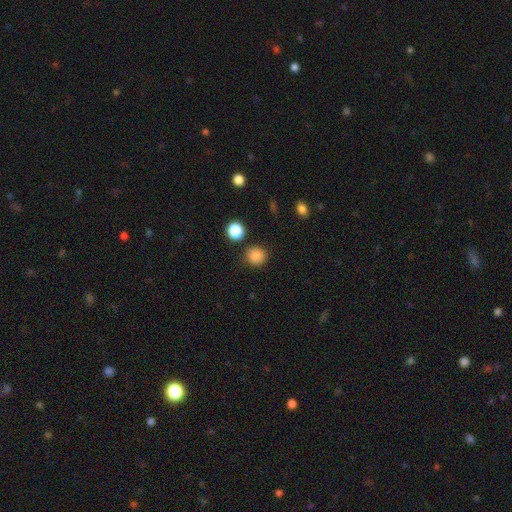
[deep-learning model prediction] Overall: smooth (85%). How rounded: round (89%). Merging: none (84%).